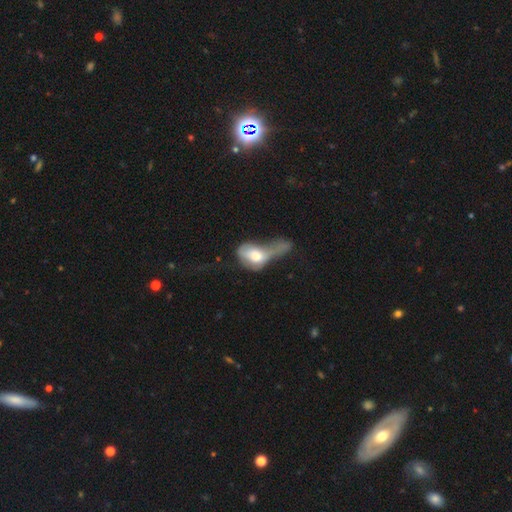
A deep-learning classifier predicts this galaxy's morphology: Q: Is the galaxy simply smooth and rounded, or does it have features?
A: smooth — 61%.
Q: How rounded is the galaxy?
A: in between — 77%.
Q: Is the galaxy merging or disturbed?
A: major disturbance — 51%.